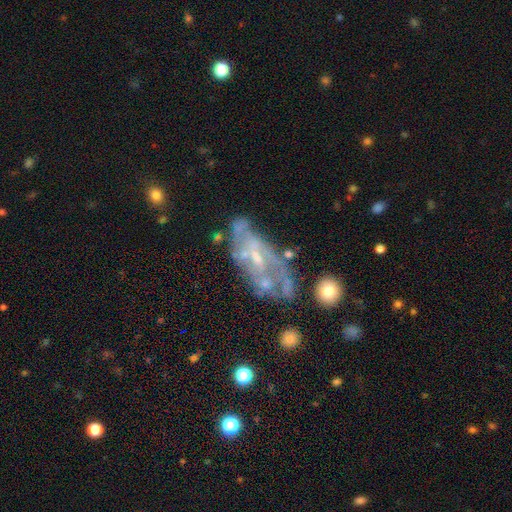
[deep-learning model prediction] featured or disk 75%, smooth 15%, star or artifact 10%. Down the decision tree: edge-on disk — no (90%); bar — no (47%); spiral arms — yes (62%); bulge size — small (58%); merging — none (51%).